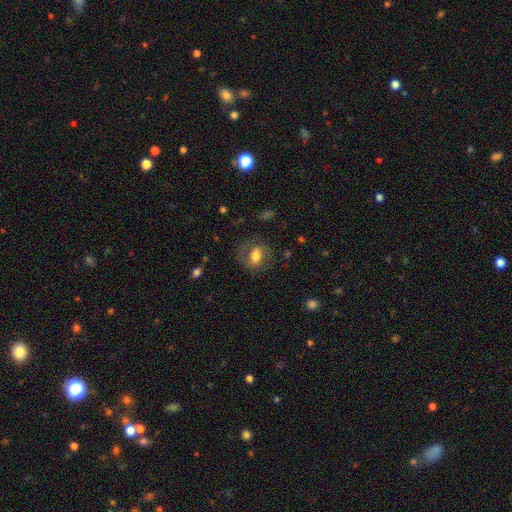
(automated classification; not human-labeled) The model was most divided on "smooth or featured": smooth: 50%, featured or disk: 41%, star or artifact: 8%. More confident: merging — none (69%); how rounded — in between (61%).